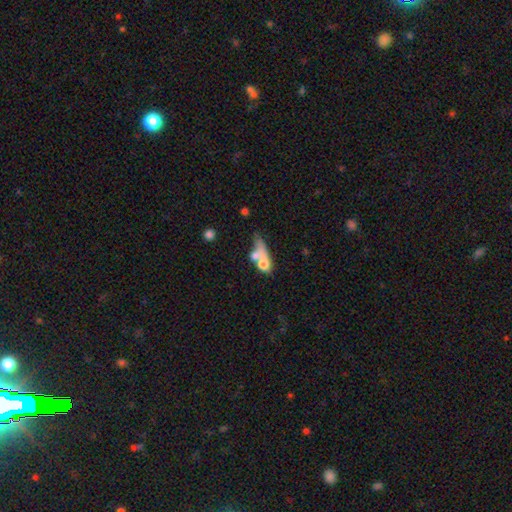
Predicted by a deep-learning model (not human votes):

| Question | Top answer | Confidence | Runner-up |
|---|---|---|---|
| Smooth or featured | smooth | 60% | featured or disk (29%) |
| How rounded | in between | 49% | round (26%) |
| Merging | merger | 46% | none (22%) |